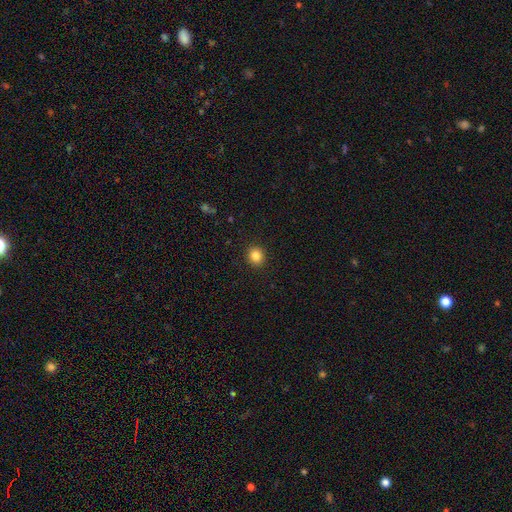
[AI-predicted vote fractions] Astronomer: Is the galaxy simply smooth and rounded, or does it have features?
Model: smooth — 84%.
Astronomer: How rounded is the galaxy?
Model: round — 85%.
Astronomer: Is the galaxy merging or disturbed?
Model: none — 92%.